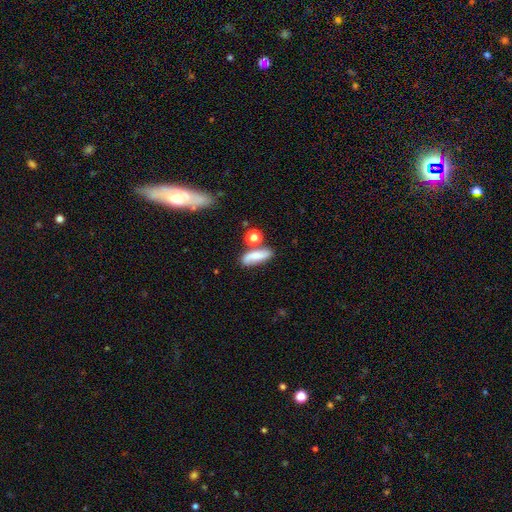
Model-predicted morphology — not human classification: Smooth or featured: smooth — 61% (featured or disk — 29%)
How rounded: in between — 62% (cigar-shaped — 30%)
Merging: none — 60% (minor disturbance — 18%)